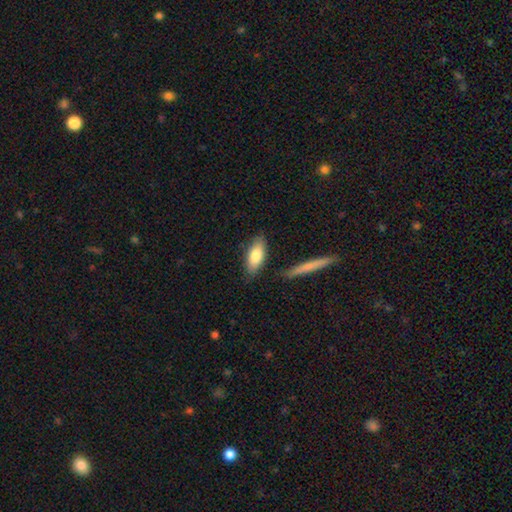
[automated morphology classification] Smooth or featured? smooth (80%)
How rounded? in between (77%)
Merging? none (80%)